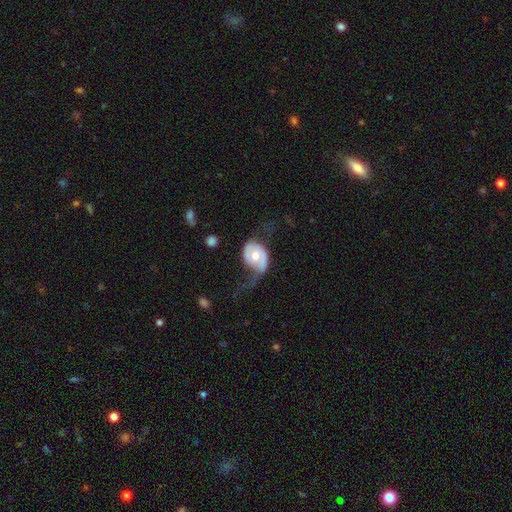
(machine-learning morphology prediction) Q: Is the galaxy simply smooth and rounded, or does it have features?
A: featured or disk — 63%.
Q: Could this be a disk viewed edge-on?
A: no — 95%.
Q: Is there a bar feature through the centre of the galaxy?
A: no — 68%.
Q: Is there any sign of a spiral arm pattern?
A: yes — 71%.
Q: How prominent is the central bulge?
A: moderate — 74%.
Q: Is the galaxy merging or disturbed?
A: major disturbance — 43%.